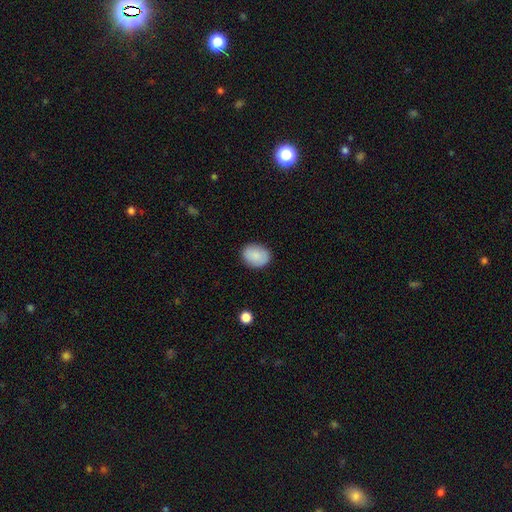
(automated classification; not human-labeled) Smooth or featured?
  - smooth: 87% *
  - star or artifact: 7%
  - featured or disk: 6%
How rounded?
  - in between: 59% *
  - round: 40%
  - cigar-shaped: 1%
Merging?
  - none: 86% *
  - minor disturbance: 11%
  - major disturbance: 2%
  - merger: 1%